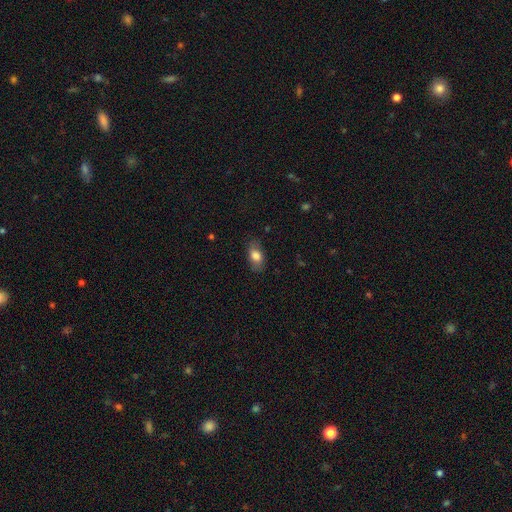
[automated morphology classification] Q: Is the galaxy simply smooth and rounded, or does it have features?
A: smooth — 79%.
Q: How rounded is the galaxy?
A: in between — 88%.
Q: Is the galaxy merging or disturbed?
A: none — 78%.